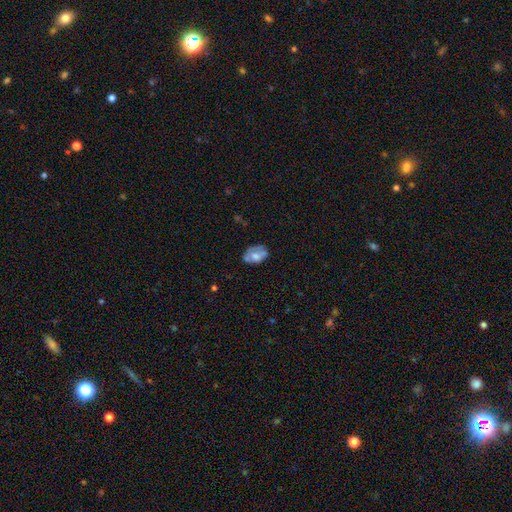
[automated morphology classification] smooth-or-featured: smooth: 55% | featured or disk: 36% | star or artifact: 8%
  how-rounded: in between: 82% | round: 17% | cigar-shaped: 1%
  merging: none: 51% | minor disturbance: 31% | major disturbance: 13% | merger: 5%